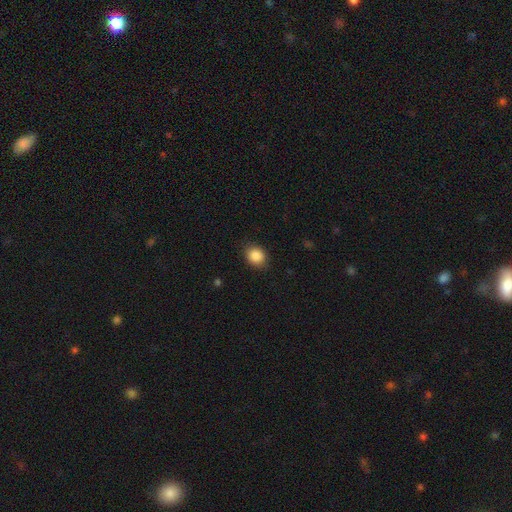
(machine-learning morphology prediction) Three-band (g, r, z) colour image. It shows a smooth galaxy with no disk features (87%) that is round (67%). Merging: none (86%).